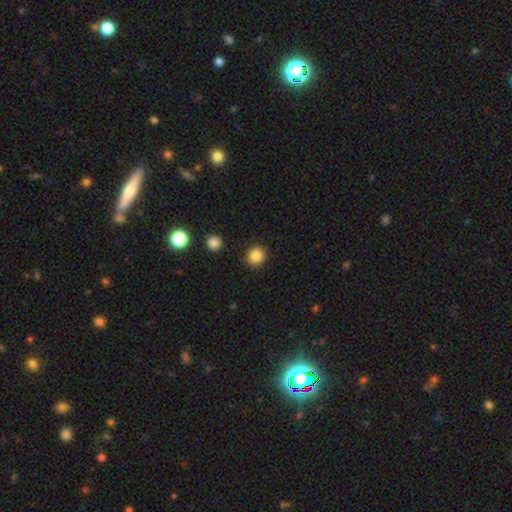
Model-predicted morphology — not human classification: Overall: smooth (86%). How rounded: round (90%). Merging: none (90%).